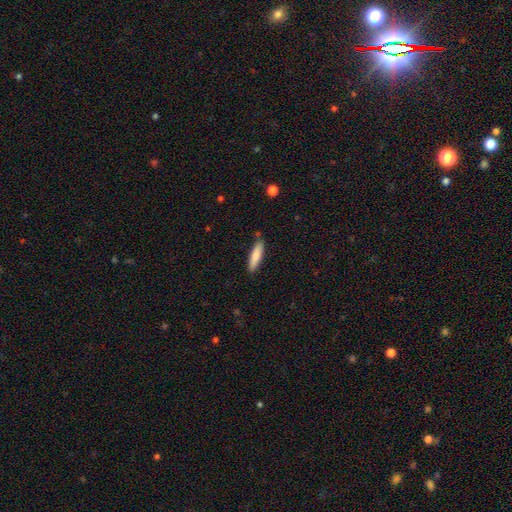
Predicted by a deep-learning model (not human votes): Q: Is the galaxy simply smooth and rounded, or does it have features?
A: smooth — 81%.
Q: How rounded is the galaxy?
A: cigar-shaped — 76%.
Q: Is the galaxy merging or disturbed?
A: none — 85%.